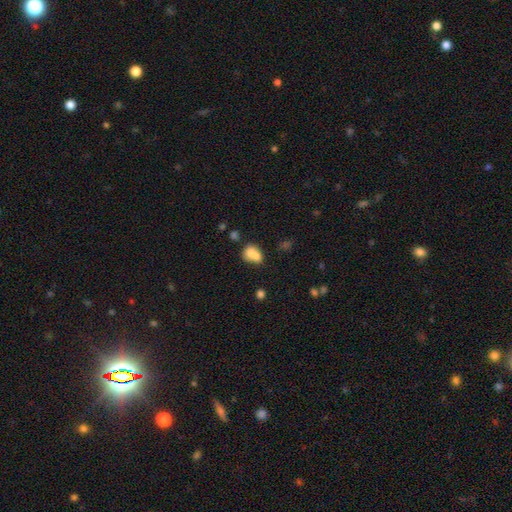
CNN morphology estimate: smooth-or-featured: smooth: 71% | featured or disk: 19% | star or artifact: 10%
  how-rounded: round: 50% | in between: 49% | cigar-shaped: 1%
  merging: merger: 63% | none: 24% | minor disturbance: 8% | major disturbance: 4%